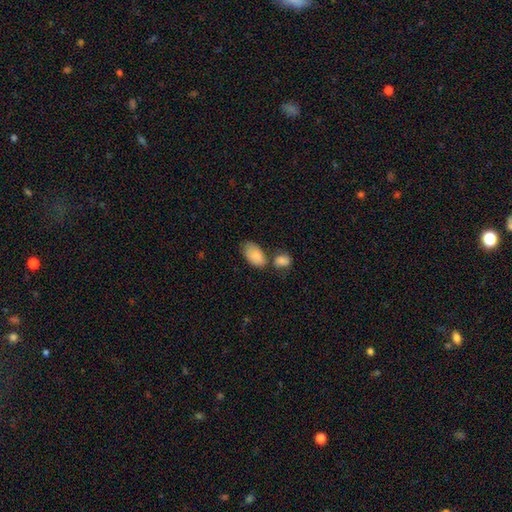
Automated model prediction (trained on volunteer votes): A smooth galaxy with no disk features (82%) that is in between round and cigar-shaped (94%).

Vote fractions:
- Smooth or featured? smooth: 82% / featured or disk: 11% / star or artifact: 6%
- How rounded? in between: 94% / round: 5% / cigar-shaped: 2%
- Merging? none: 45% / merger: 30% / minor disturbance: 19% / major disturbance: 6%